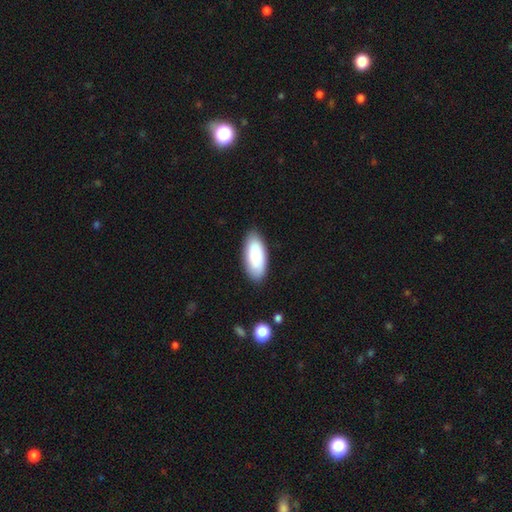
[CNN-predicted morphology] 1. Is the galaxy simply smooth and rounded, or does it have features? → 85% smooth, 9% featured or disk, 6% star or artifact.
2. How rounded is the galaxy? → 88% in between, 11% cigar-shaped, 2% round.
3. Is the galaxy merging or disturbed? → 85% none, 11% minor disturbance, 2% major disturbance, 1% merger.